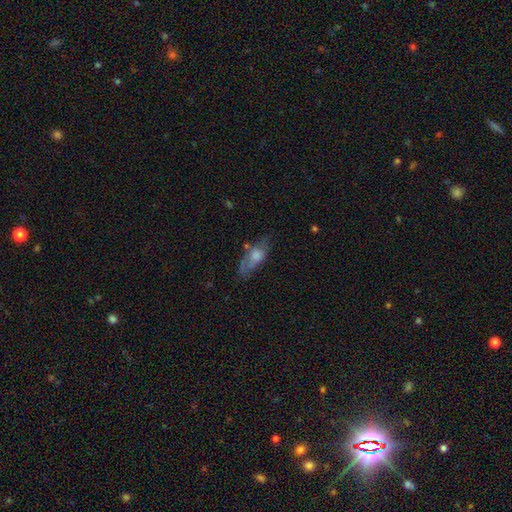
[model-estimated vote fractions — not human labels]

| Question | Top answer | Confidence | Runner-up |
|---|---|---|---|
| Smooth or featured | smooth | 48% | featured or disk (43%) |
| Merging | none | 53% | minor disturbance (27%) |